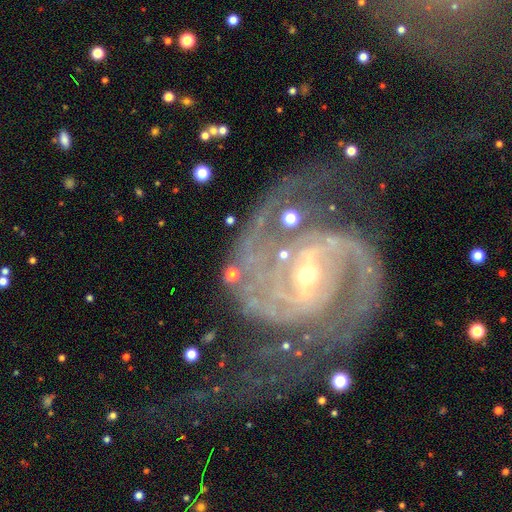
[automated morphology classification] This appears to be a featured or disk galaxy (92%) with a weak bar (44%), 2 (82%) medium (53%) spiral arms (98%) and a small central bulge (60%). Merging: none (58%).